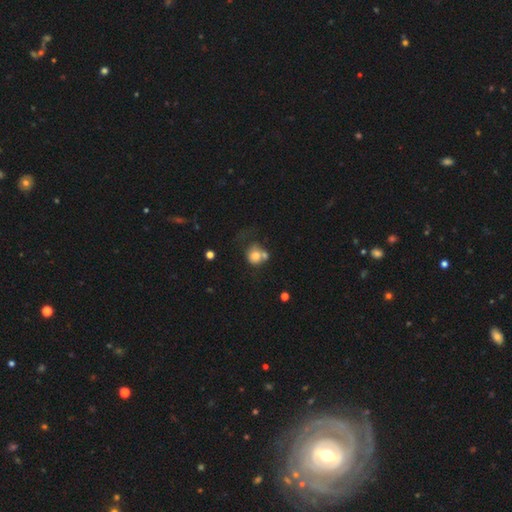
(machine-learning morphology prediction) smooth-or-featured: smooth: 71% | featured or disk: 20% | star or artifact: 10%
  how-rounded: round: 78% | in between: 21% | cigar-shaped: 1%
  merging: merger: 39% | none: 30% | major disturbance: 16% | minor disturbance: 15%